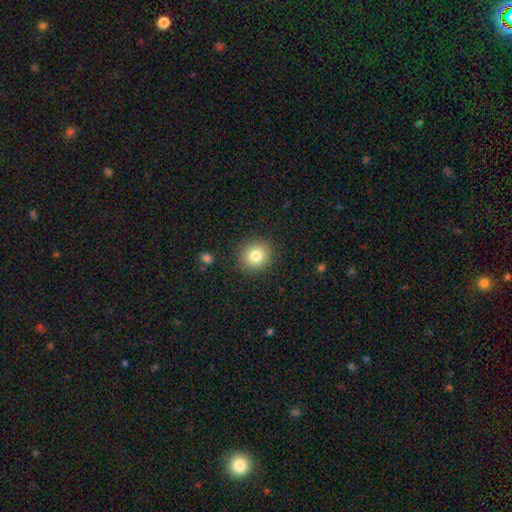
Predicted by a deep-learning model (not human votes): Overall: smooth (80%). How rounded: round (88%). Merging: none (89%).